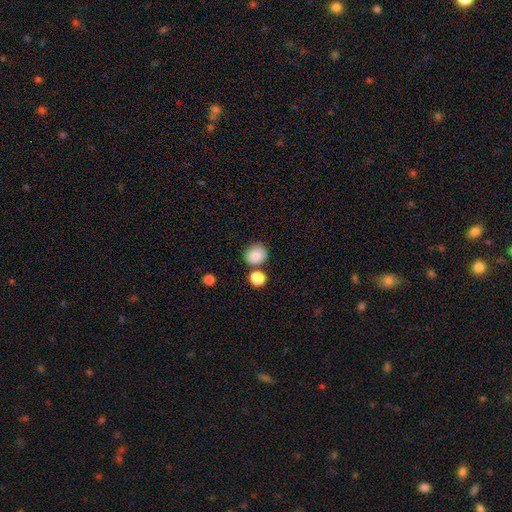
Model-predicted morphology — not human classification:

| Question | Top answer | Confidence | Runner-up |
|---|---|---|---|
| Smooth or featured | smooth | 86% | star or artifact (9%) |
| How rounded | round | 81% | in between (18%) |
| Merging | none | 72% | merger (14%) |